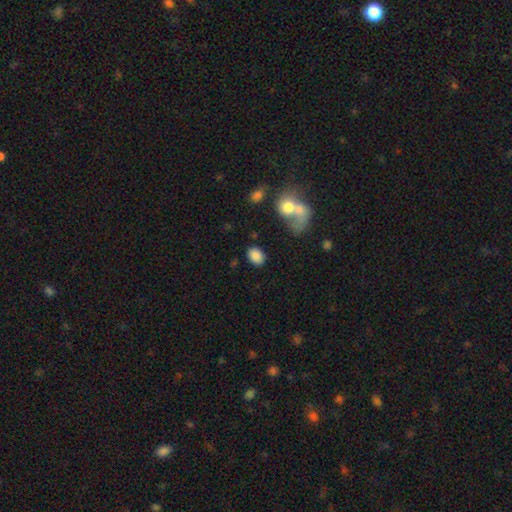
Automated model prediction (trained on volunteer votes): Smooth or featured?
  - smooth: 86% *
  - star or artifact: 8%
  - featured or disk: 6%
How rounded?
  - in between: 72% *
  - round: 27%
  - cigar-shaped: 1%
Merging?
  - none: 78% *
  - minor disturbance: 11%
  - merger: 7%
  - major disturbance: 5%